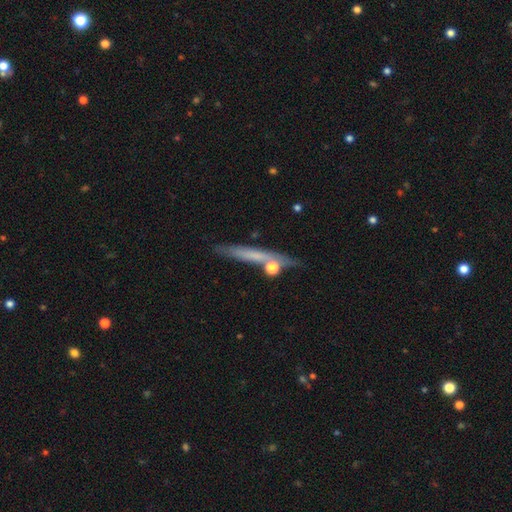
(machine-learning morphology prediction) This appears to be a smooth galaxy with no disk features (46%). Merging: none (75%).